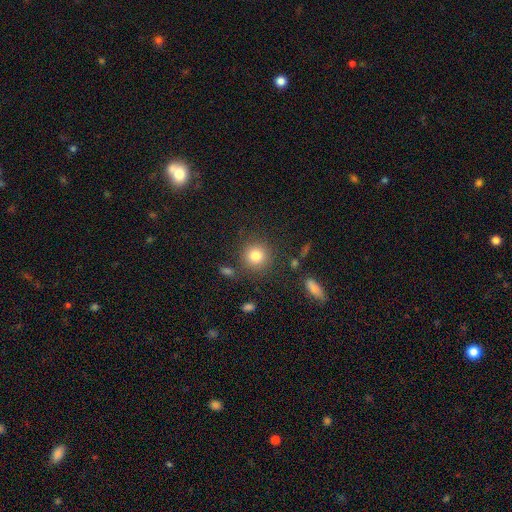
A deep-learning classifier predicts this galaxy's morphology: Smooth or featured: smooth — 81% (star or artifact — 11%)
How rounded: round — 91% (in between — 8%)
Merging: none — 84% (minor disturbance — 9%)